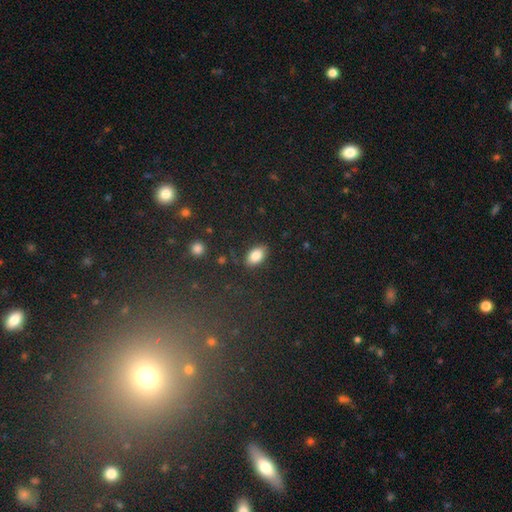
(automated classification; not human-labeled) Morphology: type=smooth (85%); roundness=in between (92%); merging=none (86%).